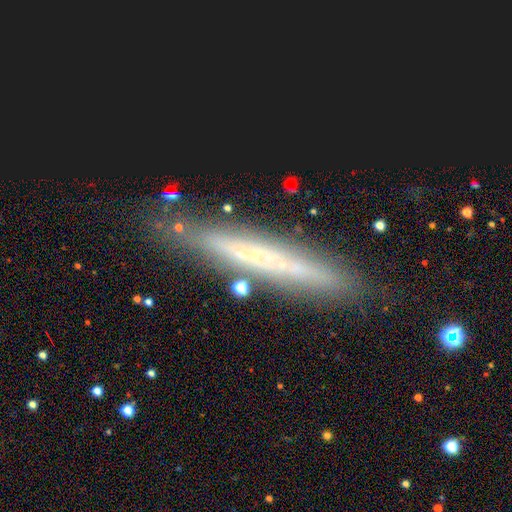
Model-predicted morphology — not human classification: A featured or disk galaxy (60%) viewed edge-on (85%) with no central bulge (69%).

Vote fractions:
- Smooth or featured? featured or disk: 60% / smooth: 27% / star or artifact: 13%
- Edge-on disk? yes: 85% / no: 15%
- Edge-on bulge? none: 69% / rounded: 26% / boxy: 6%
- Merging? none: 85% / minor disturbance: 10% / major disturbance: 3% / merger: 2%